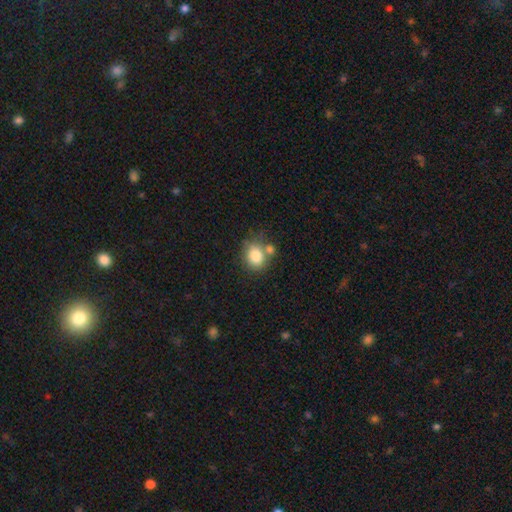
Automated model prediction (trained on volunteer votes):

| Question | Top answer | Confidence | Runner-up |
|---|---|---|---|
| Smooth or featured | smooth | 81% | star or artifact (10%) |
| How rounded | round | 60% | in between (39%) |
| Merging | none | 54% | merger (27%) |